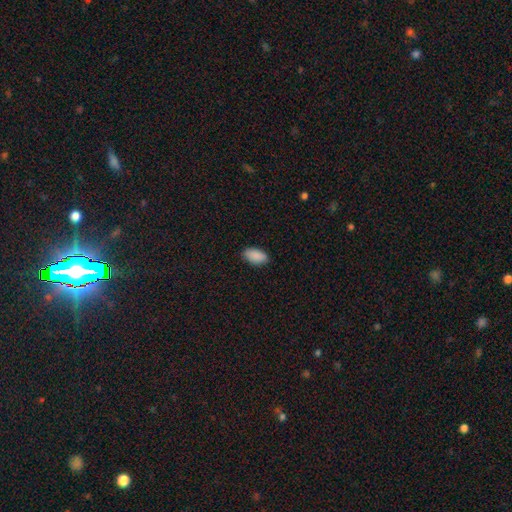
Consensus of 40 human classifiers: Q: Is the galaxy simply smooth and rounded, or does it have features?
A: smooth — 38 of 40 (95%).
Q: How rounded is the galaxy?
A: in between — 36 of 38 (95%).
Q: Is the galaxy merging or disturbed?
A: none — 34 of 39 (87%).